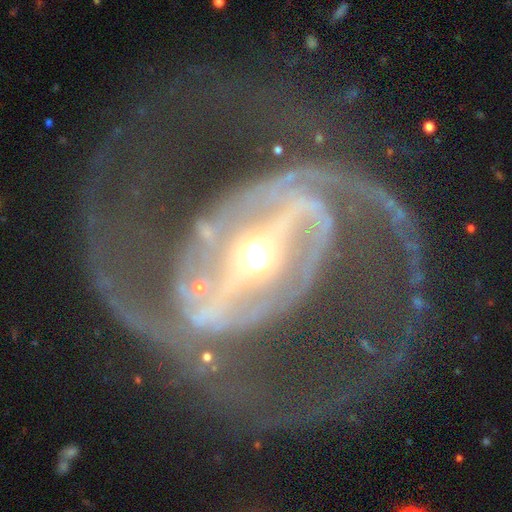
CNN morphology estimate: smooth_or_featured: featured or disk (p=0.92) [alt: star or artifact p=0.05]
disk_edge_on: no (p=0.97) [alt: yes p=0.03]
bar: strong (p=0.80) [alt: weak p=0.14]
has_spiral_arms: yes (p=0.95) [alt: no p=0.05]
spiral_winding: medium (p=0.54) [alt: loose p=0.24]
spiral_arm_count: 2 (p=0.86) [alt: 3 p=0.04]
bulge_size: moderate (p=0.49) [alt: small p=0.44]
merging: none (p=0.59) [alt: major disturbance p=0.23]